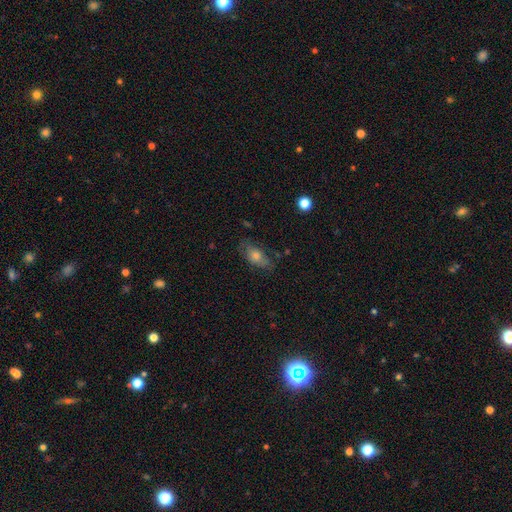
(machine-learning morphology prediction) A smooth galaxy with no disk features (50%) that is in between round and cigar-shaped (80%). Merging: none (70%).